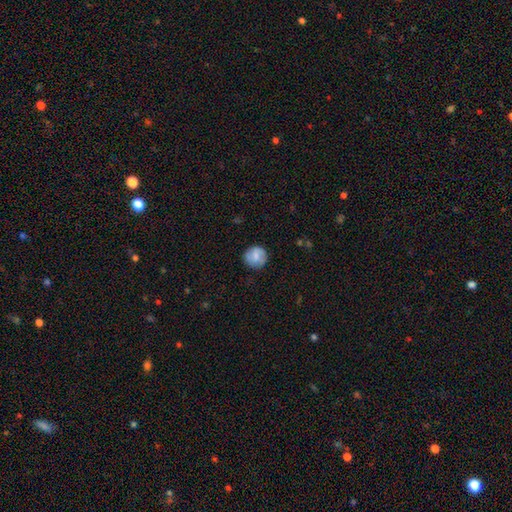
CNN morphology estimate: smooth_or_featured: smooth (p=0.58) [alt: featured or disk p=0.35]
how_rounded: round (p=0.89) [alt: in between p=0.10]
merging: none (p=0.82) [alt: minor disturbance p=0.13]